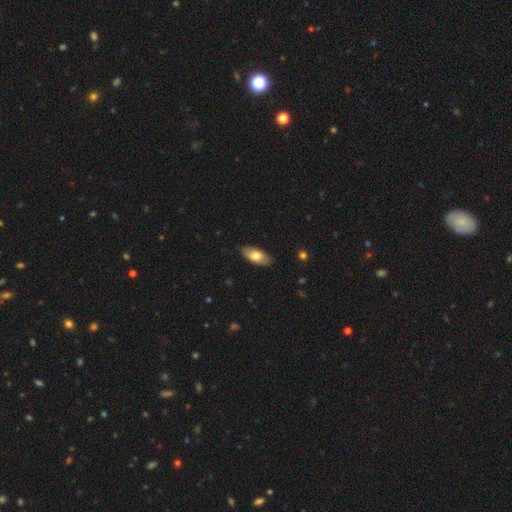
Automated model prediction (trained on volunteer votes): Overall: smooth (75%). How rounded: in between (90%). Merging: none (85%).